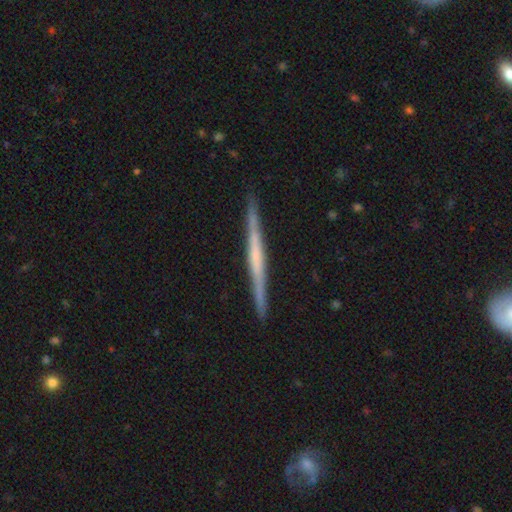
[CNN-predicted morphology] featured or disk 65%, smooth 30%, star or artifact 5%. Down the decision tree: edge-on disk — yes (98%); edge-on bulge — none (67%); merging — none (91%).